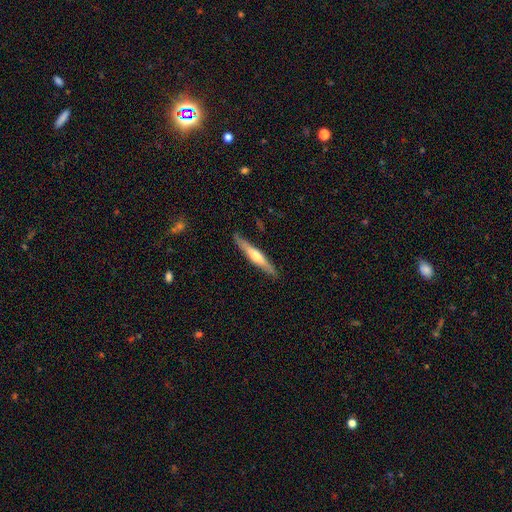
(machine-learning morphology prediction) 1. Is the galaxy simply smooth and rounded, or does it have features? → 56% featured or disk, 39% smooth, 5% star or artifact.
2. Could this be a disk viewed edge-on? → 94% yes, 6% no.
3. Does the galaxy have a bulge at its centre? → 81% rounded, 12% none, 6% boxy.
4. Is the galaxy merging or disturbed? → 87% none, 10% minor disturbance, 2% major disturbance, 1% merger.